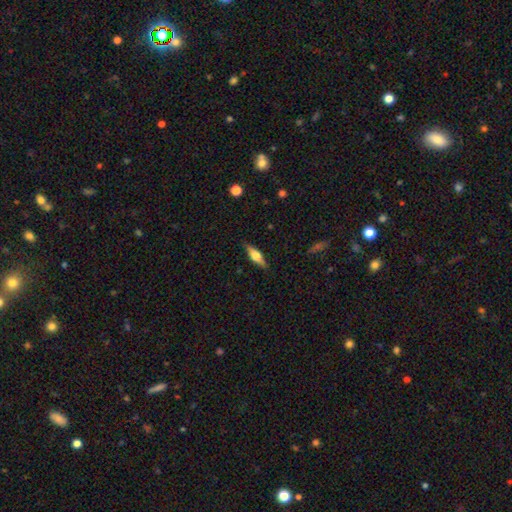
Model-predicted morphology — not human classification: Smooth or featured: featured or disk — 55% (smooth — 38%)
Edge-on disk: yes — 94% (no — 6%)
Edge-on bulge: rounded — 91% (boxy — 7%)
Merging: none — 86% (minor disturbance — 10%)